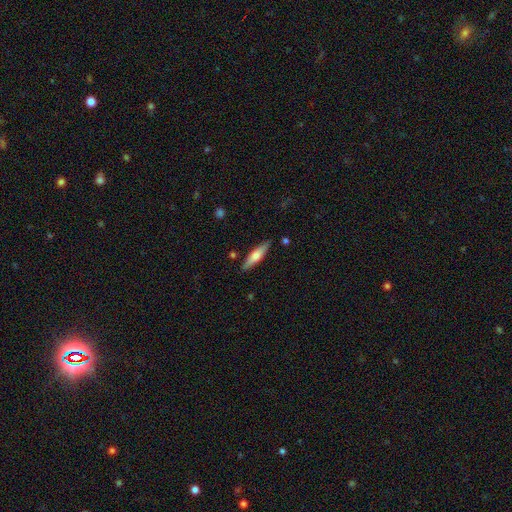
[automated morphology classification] Smooth or featured?
  - smooth: 58% *
  - featured or disk: 37%
  - star or artifact: 6%
How rounded?
  - cigar-shaped: 74% *
  - in between: 24%
  - round: 2%
Merging?
  - none: 87% *
  - minor disturbance: 9%
  - merger: 2%
  - major disturbance: 2%